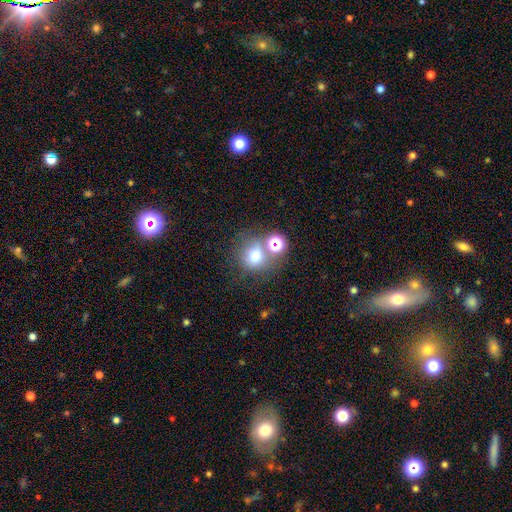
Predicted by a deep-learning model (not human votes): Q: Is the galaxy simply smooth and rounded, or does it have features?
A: smooth — 69%.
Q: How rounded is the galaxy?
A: round — 79%.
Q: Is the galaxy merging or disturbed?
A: none — 54%.